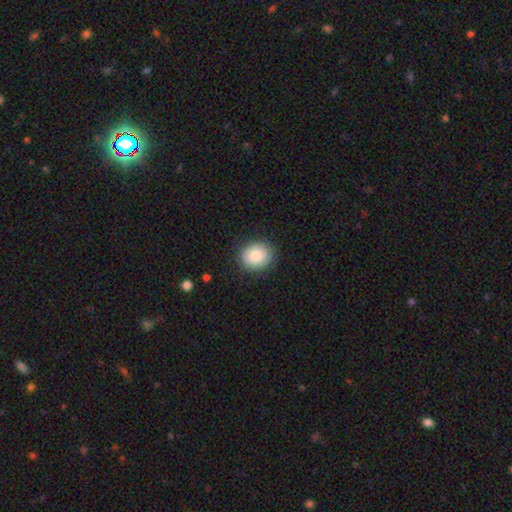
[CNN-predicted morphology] Overall: smooth (85%). How rounded: round (71%). Merging: none (87%).